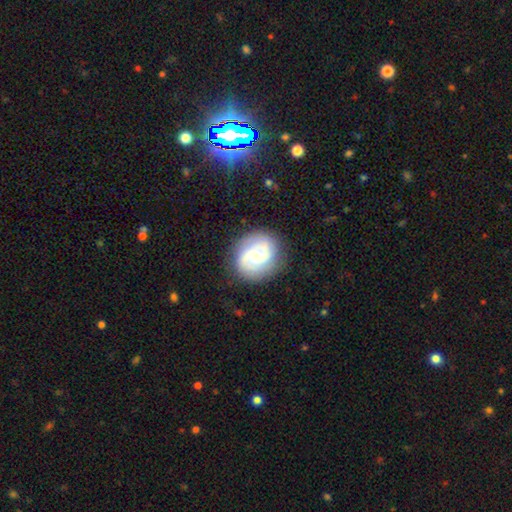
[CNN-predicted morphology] type=featured or disk (77%); edge-on=no (98%); bar=no (46%); spiral arms=yes (94%); winding=medium (45%); arm count=2 (84%); bulge=small (55%); merging=none (83%).